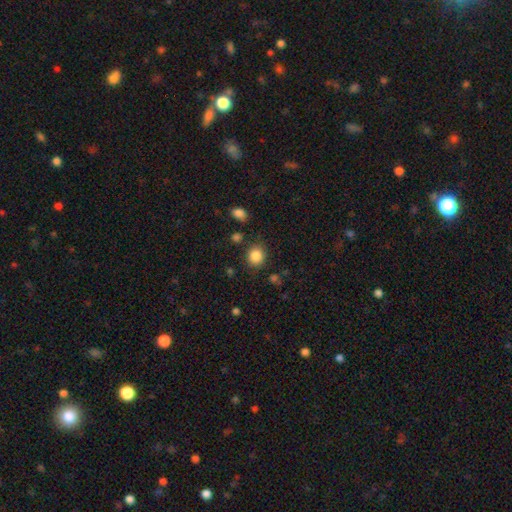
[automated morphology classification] A smooth galaxy with no disk features (86%) that is round (76%). Merging: none (83%).